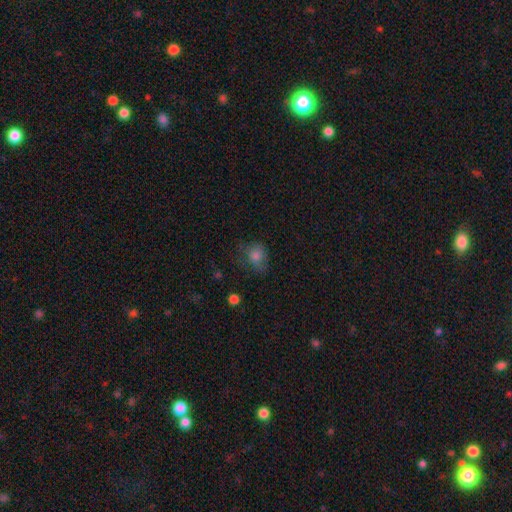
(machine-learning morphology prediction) This is likely a smooth galaxy (74%). How rounded: possibly round (58%). Merging: possibly none (54%).